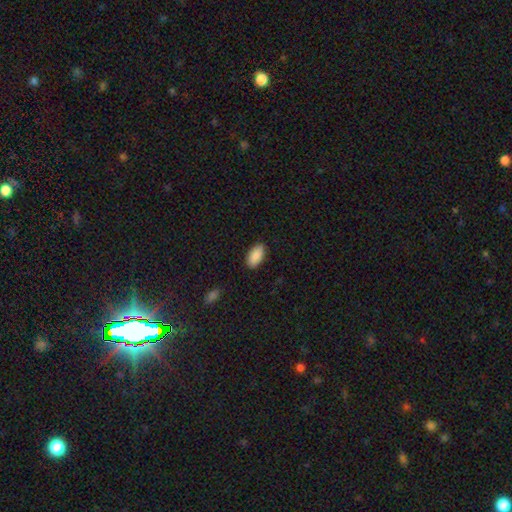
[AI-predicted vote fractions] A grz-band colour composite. It shows a smooth galaxy with no disk features (90%) that is in between round and cigar-shaped (94%). Merging: none (88%).